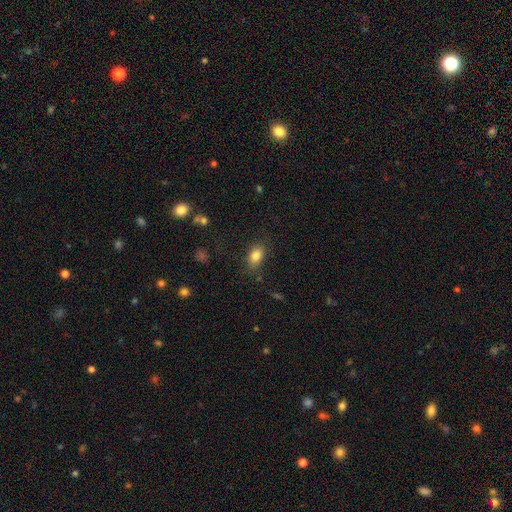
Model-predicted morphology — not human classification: Smooth or featured? smooth (81%)
How rounded? in between (82%)
Merging? none (80%)